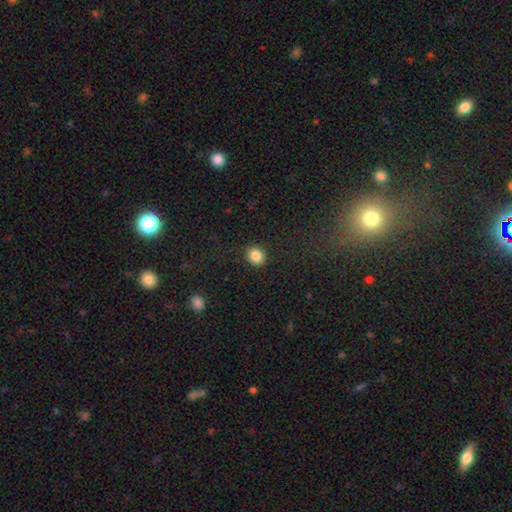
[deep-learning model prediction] Smooth or featured: smooth — 85% (star or artifact — 10%)
How rounded: round — 76% (in between — 23%)
Merging: none — 89% (minor disturbance — 8%)